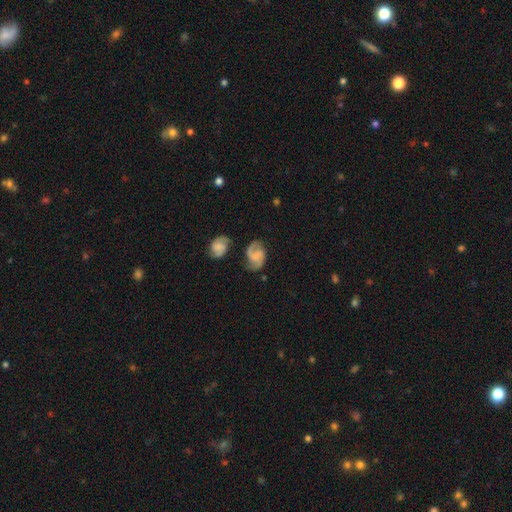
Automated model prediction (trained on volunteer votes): Smooth or featured? Predicted: featured or disk (p=0.68). Edge-on disk? Predicted: no (p=0.97). Bar? Predicted: no (p=0.52). Spiral arms? Predicted: yes (p=0.91). Spiral winding? Predicted: medium (p=0.46). Spiral arm count? Predicted: 2 (p=0.82). Bulge size? Predicted: none (p=0.60). Merging? Predicted: none (p=0.57).